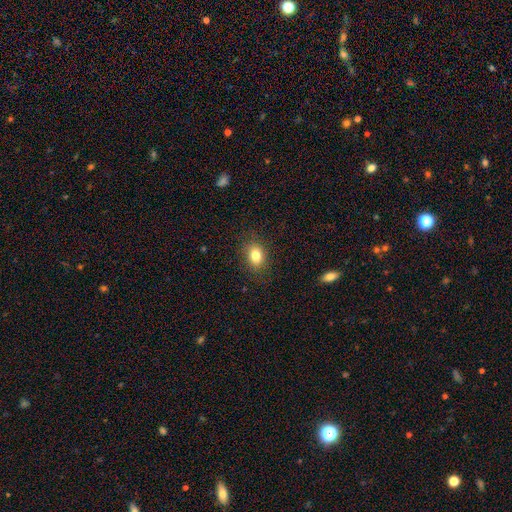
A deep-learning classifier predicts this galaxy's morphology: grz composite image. It shows a smooth galaxy with no disk features (82%) that is in between round and cigar-shaped (69%). Merging: none (86%).